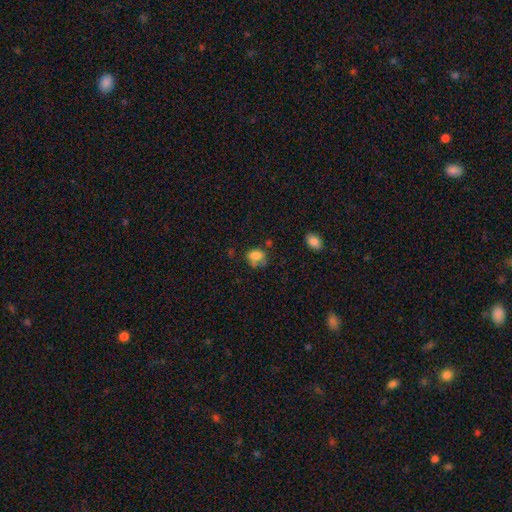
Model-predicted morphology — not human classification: This is likely a smooth galaxy (76%). How rounded: possibly in between (59%). Merging: marginally none (40%).